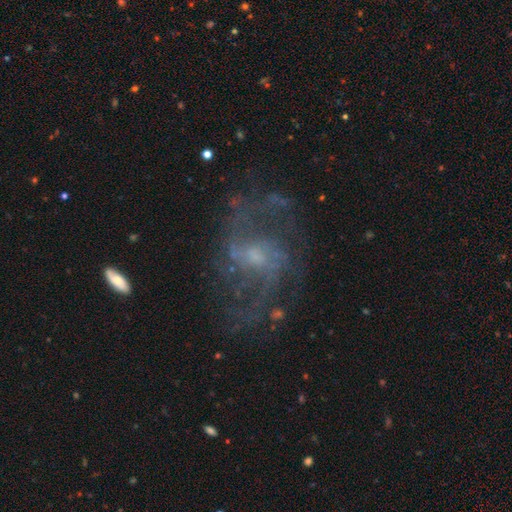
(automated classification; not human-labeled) This is clearly a featured or disk galaxy (82%). It is clearly not viewed edge-on (97%). Bar: possibly no (46%, tied with weak). Spiral arm pattern: clearly yes (89%). Spiral arm count: possibly 2 (51%). Spiral winding: marginally medium (43%). Central bulge: possibly small (52%). Merging: likely none (63%).